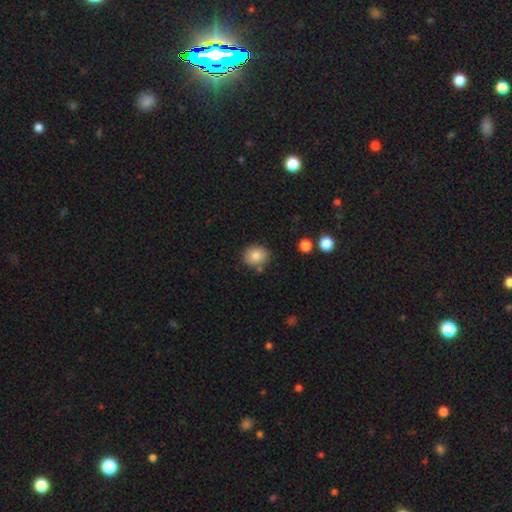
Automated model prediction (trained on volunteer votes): This appears to be a smooth galaxy with no disk features (83%) that is round (66%). Merging: none (79%).